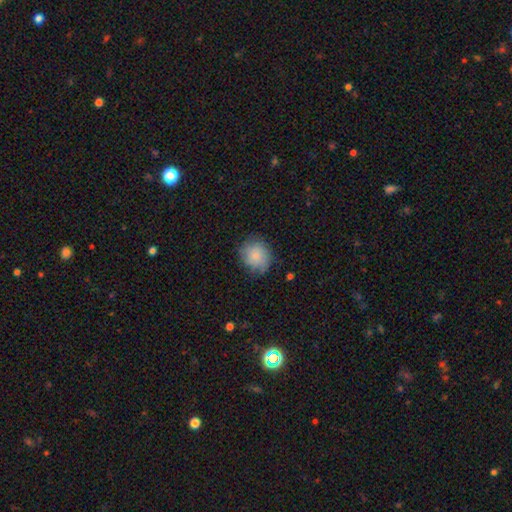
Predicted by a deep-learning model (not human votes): Smooth or featured: smooth — 79% (featured or disk — 14%)
How rounded: round — 79% (in between — 20%)
Merging: none — 72% (minor disturbance — 22%)